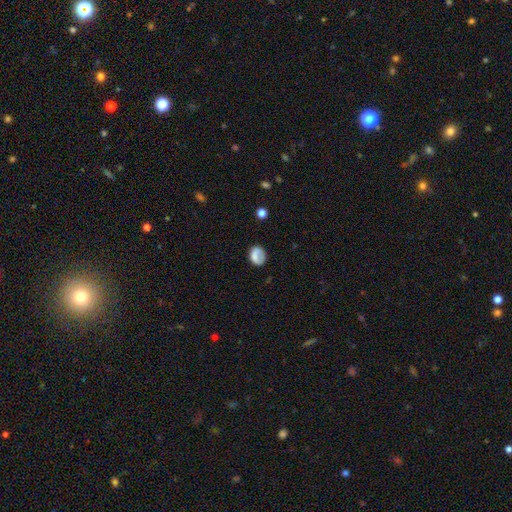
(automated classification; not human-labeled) smooth_or_featured: smooth (p=0.71) [alt: featured or disk p=0.19]
how_rounded: in between (p=0.50) [alt: round p=0.49]
merging: none (p=0.57) [alt: minor disturbance p=0.25]